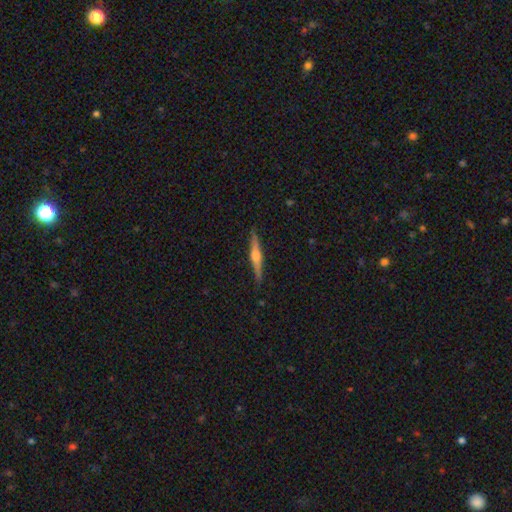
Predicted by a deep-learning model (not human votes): smooth-or-featured: featured or disk: 72% | smooth: 23% | star or artifact: 6%
  disk-edge-on: yes: 98% | no: 2%
    edge-on-bulge: rounded: 91% | boxy: 5% | none: 4%
  merging: none: 89% | minor disturbance: 8% | major disturbance: 1% | merger: 1%